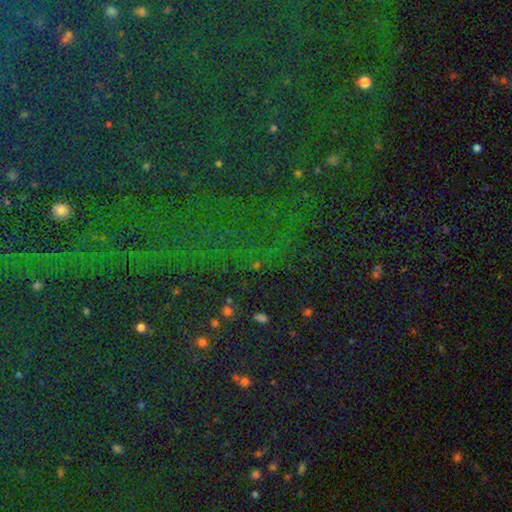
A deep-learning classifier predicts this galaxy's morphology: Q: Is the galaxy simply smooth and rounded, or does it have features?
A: star or artifact — 84%.